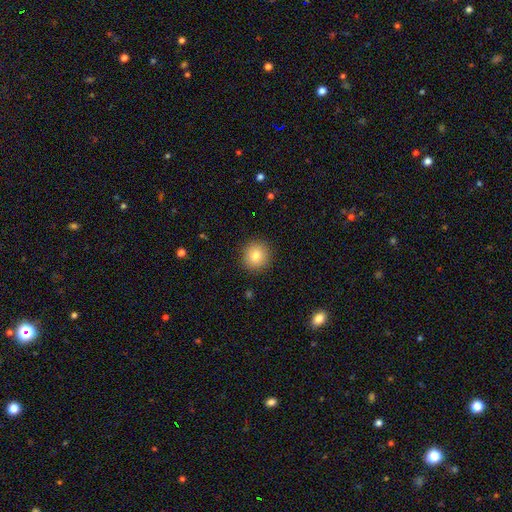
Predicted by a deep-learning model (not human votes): A smooth galaxy with no disk features (81%) that is round (92%). Merging: none (91%).